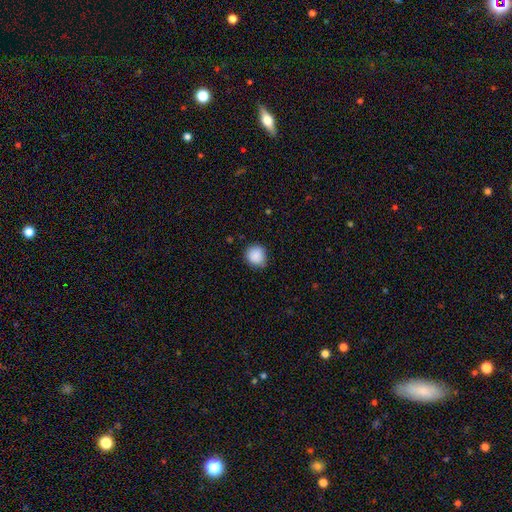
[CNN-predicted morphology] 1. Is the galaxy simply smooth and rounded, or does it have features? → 89% smooth, 8% star or artifact, 3% featured or disk.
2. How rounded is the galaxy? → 87% round, 12% in between, 1% cigar-shaped.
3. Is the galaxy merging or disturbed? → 79% none, 17% minor disturbance, 3% major disturbance, 1% merger.